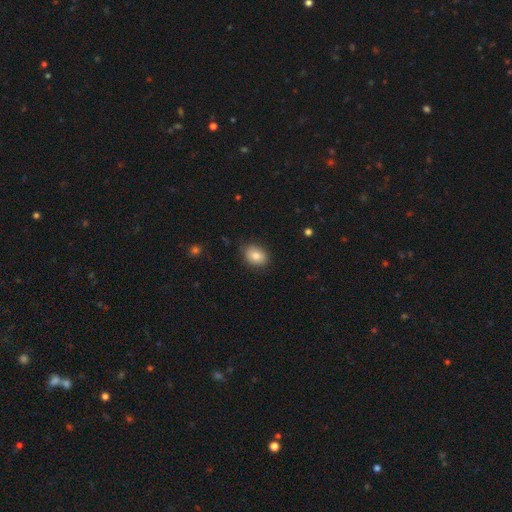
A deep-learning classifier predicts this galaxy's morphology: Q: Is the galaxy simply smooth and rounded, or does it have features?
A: smooth — 82%.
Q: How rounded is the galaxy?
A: in between — 65%.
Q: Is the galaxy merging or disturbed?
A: none — 83%.